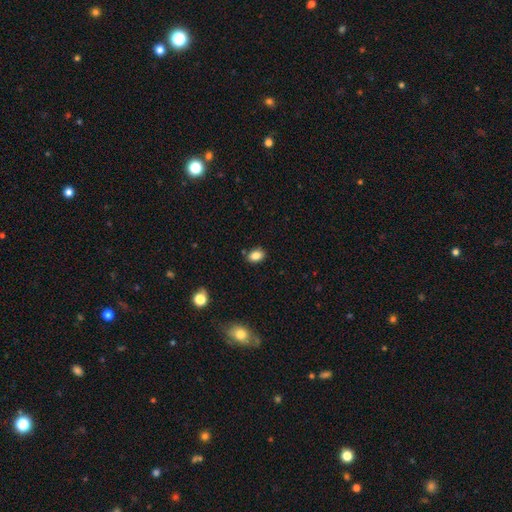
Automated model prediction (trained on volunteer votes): A smooth galaxy with no disk features (84%) that is in between round and cigar-shaped (78%). Merging: none (83%).